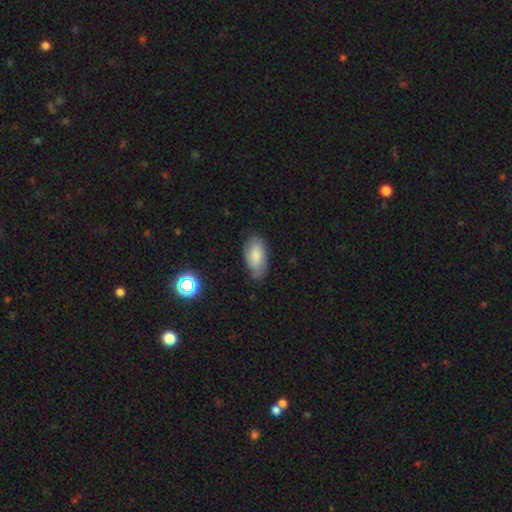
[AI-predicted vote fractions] Smooth or featured?
  - smooth: 74% *
  - featured or disk: 18%
  - star or artifact: 8%
How rounded?
  - in between: 93% *
  - cigar-shaped: 4%
  - round: 3%
Merging?
  - none: 69% *
  - minor disturbance: 24%
  - major disturbance: 5%
  - merger: 2%